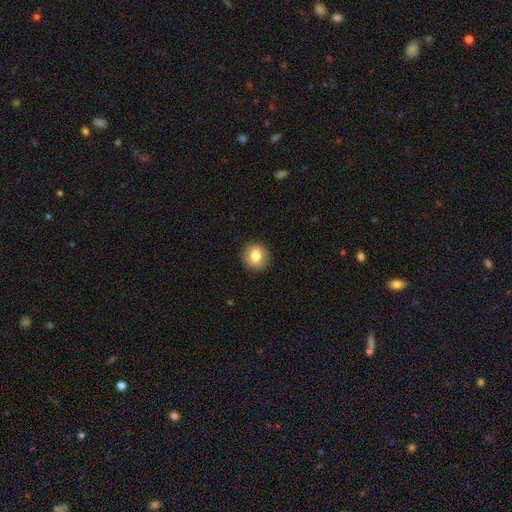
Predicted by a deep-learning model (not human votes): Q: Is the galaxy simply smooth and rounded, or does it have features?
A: smooth — 81%.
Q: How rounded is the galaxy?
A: round — 87%.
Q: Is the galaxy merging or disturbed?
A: none — 91%.